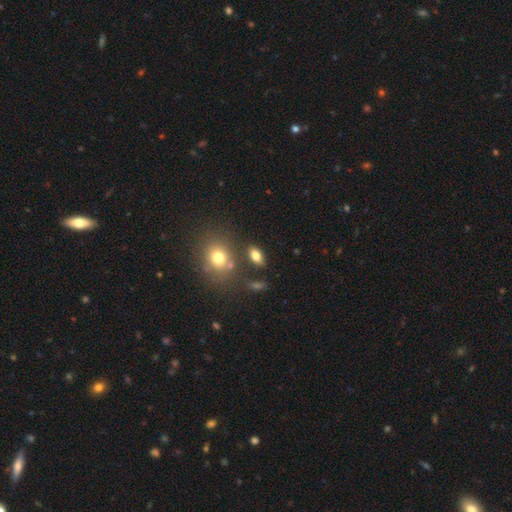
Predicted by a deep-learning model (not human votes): smooth_or_featured: smooth (p=0.78) [alt: featured or disk p=0.12]
how_rounded: in between (p=0.85) [alt: round p=0.11]
merging: none (p=0.77) [alt: minor disturbance p=0.11]